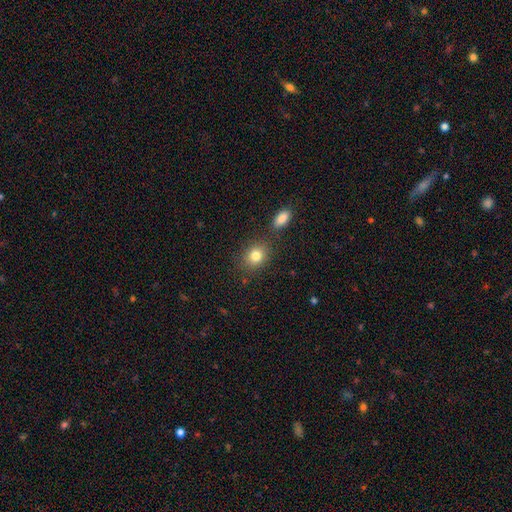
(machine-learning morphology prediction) Q: Smooth or featured?
A: smooth (82%); runner-up: star or artifact (10%)
Q: How rounded?
A: in between (53%); runner-up: round (46%)
Q: Merging?
A: none (77%); runner-up: minor disturbance (11%)